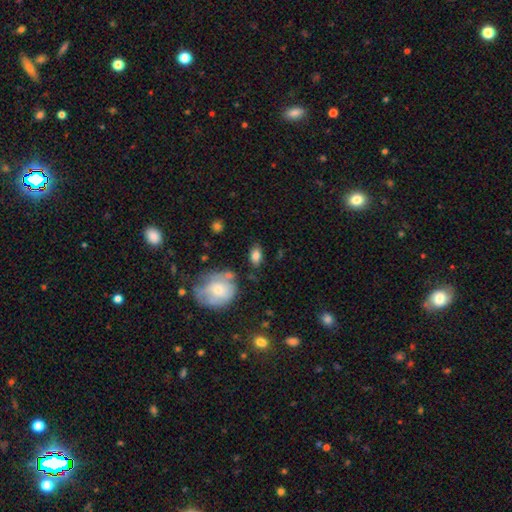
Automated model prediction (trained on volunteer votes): Q: Smooth or featured?
A: smooth (79%); runner-up: featured or disk (13%)
Q: How rounded?
A: in between (86%); runner-up: round (12%)
Q: Merging?
A: none (72%); runner-up: minor disturbance (16%)